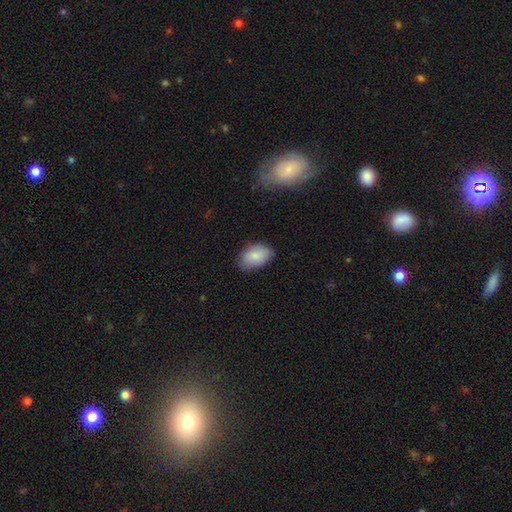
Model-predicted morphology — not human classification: Q: Smooth or featured?
A: smooth (86%); runner-up: featured or disk (8%)
Q: How rounded?
A: in between (91%); runner-up: round (8%)
Q: Merging?
A: none (81%); runner-up: minor disturbance (15%)